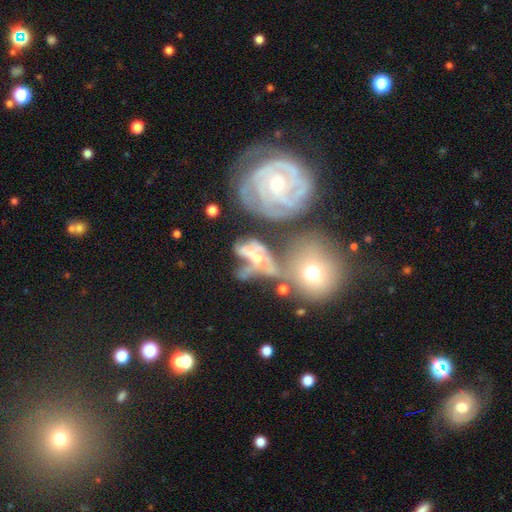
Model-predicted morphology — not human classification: The model was most divided on "bulge size": moderate: 41%, small: 32%, none: 16%, large: 8%, dominant: 3%. Remaining: edge-on disk — no (95%); bar — no (72%); smooth or featured — featured or disk (65%); spiral arms — yes (56%); merging — merger (49%).